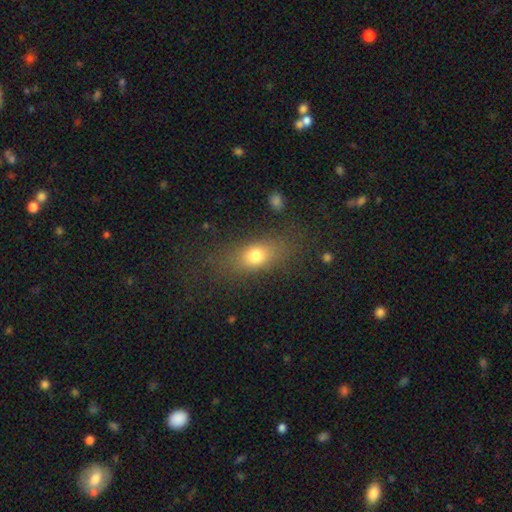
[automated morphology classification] type=smooth (74%); roundness=in between (66%); merging=none (74%).